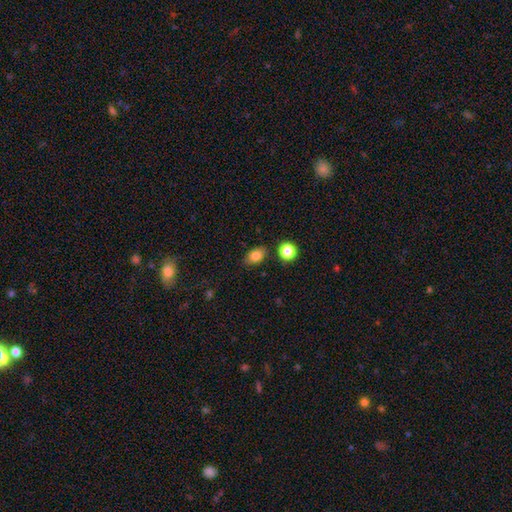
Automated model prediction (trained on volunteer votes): Smooth or featured? smooth (83%)
How rounded? in between (82%)
Merging? none (80%)